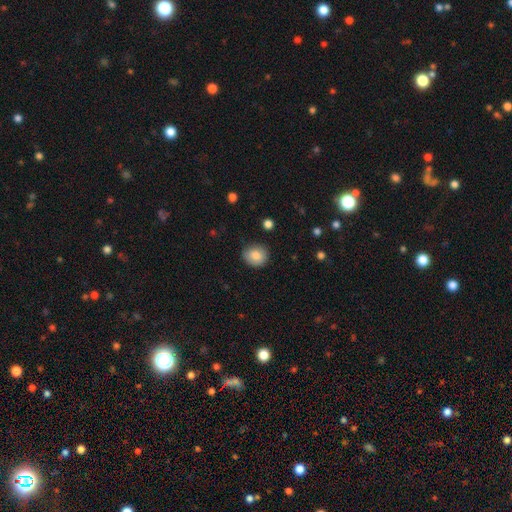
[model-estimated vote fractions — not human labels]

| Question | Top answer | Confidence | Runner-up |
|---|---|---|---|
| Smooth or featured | smooth | 85% | star or artifact (8%) |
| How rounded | round | 75% | in between (24%) |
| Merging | none | 82% | minor disturbance (14%) |